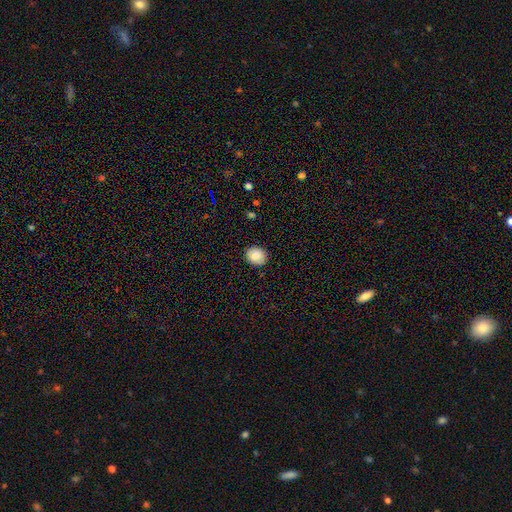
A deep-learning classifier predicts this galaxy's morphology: smooth-or-featured: smooth: 86% | star or artifact: 8% | featured or disk: 6%
  how-rounded: round: 68% | in between: 31% | cigar-shaped: 1%
  merging: none: 89% | minor disturbance: 8% | major disturbance: 2% | merger: 1%